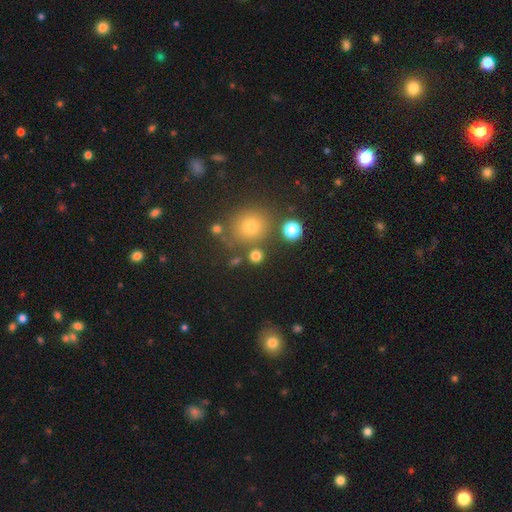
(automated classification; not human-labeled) Smooth or featured?
  - smooth: 75% *
  - star or artifact: 18%
  - featured or disk: 7%
How rounded?
  - round: 87% *
  - in between: 12%
  - cigar-shaped: 1%
Merging?
  - none: 77% *
  - merger: 10%
  - minor disturbance: 9%
  - major disturbance: 4%